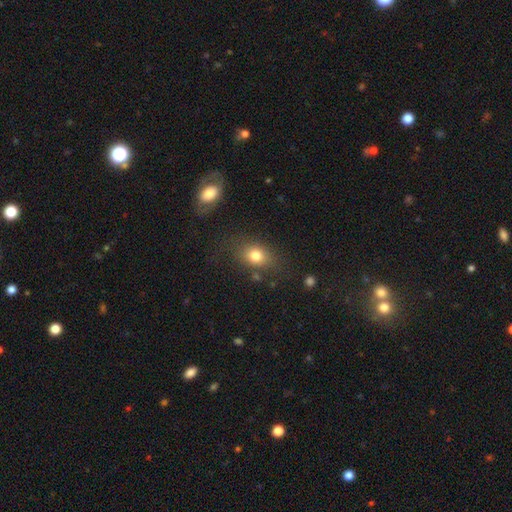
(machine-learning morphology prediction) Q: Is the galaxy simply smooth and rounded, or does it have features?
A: smooth — 79%.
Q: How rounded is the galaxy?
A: in between — 60%.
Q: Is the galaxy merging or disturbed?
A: none — 73%.